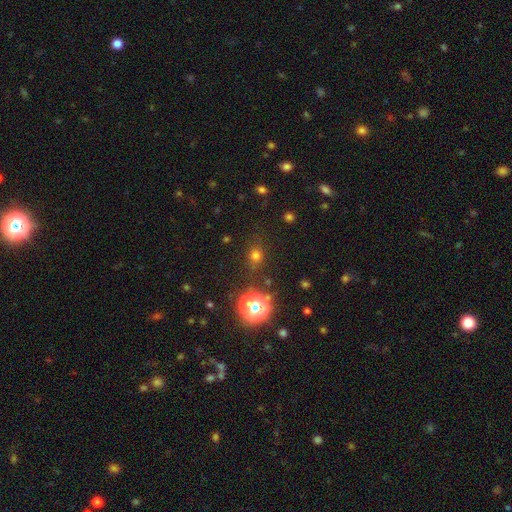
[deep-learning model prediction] Smooth or featured?
  - smooth: 66% *
  - star or artifact: 27%
  - featured or disk: 7%
How rounded?
  - round: 74% *
  - in between: 24%
  - cigar-shaped: 1%
Merging?
  - none: 81% *
  - minor disturbance: 11%
  - major disturbance: 4%
  - merger: 3%